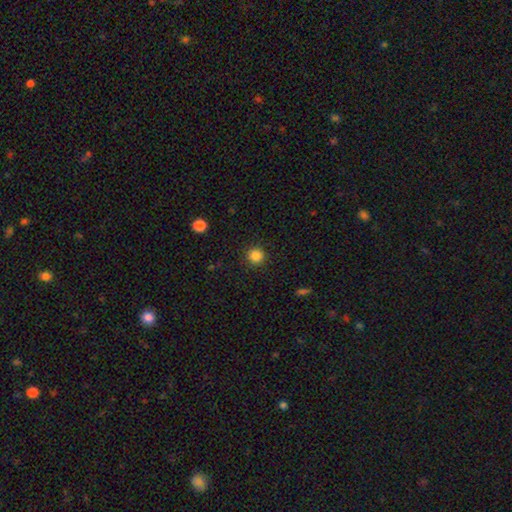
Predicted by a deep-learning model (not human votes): smooth_or_featured: smooth (p=0.85) [alt: star or artifact p=0.11]
how_rounded: round (p=0.94) [alt: in between p=0.05]
merging: none (p=0.91) [alt: minor disturbance p=0.06]